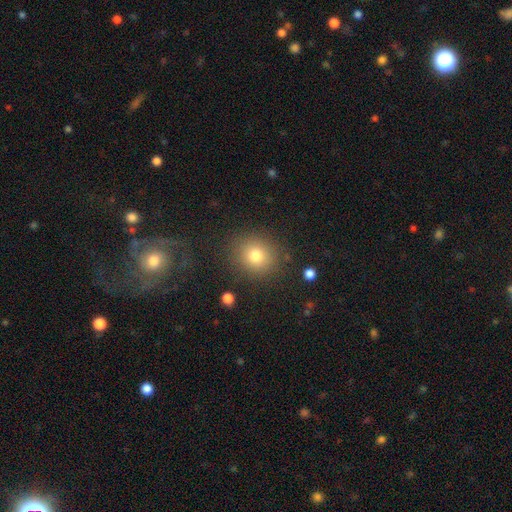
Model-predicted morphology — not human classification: Smooth or featured?
  - smooth: 78% *
  - star or artifact: 13%
  - featured or disk: 9%
How rounded?
  - round: 85% *
  - in between: 14%
  - cigar-shaped: 1%
Merging?
  - none: 86% *
  - minor disturbance: 8%
  - major disturbance: 4%
  - merger: 2%